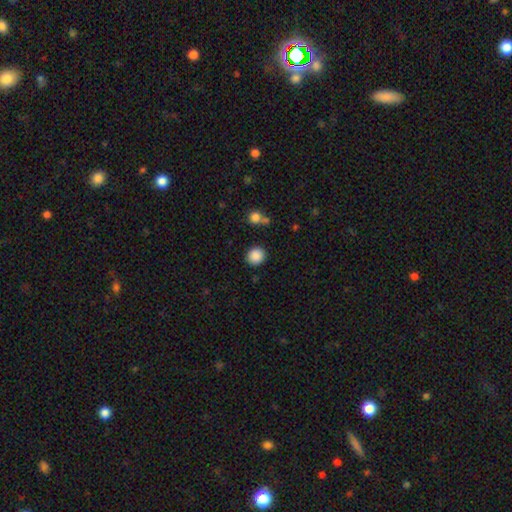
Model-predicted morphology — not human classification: A smooth galaxy with no disk features (88%) that is round (89%).

Vote fractions:
- Smooth or featured? smooth: 88% / star or artifact: 9% / featured or disk: 3%
- How rounded? round: 89% / in between: 10% / cigar-shaped: 1%
- Merging? none: 86% / minor disturbance: 7% / merger: 3% / major disturbance: 3%